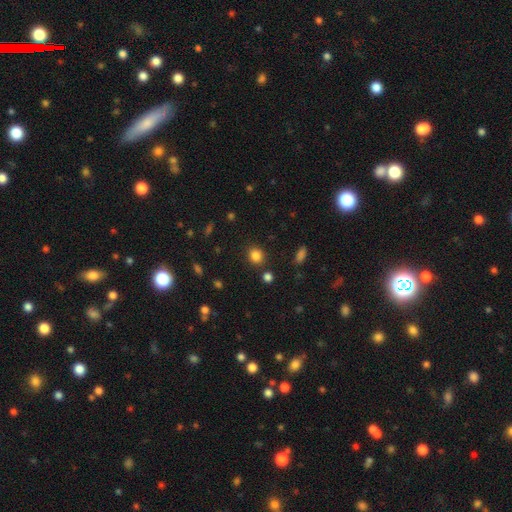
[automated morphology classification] smooth 84%, star or artifact 12%, featured or disk 4%. Down the decision tree: how rounded — round (75%); merging — none (85%).